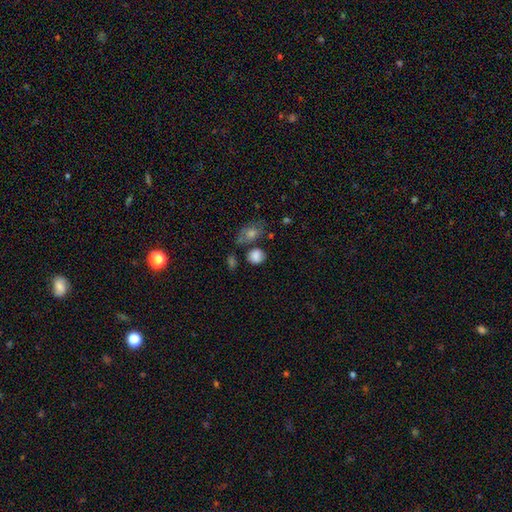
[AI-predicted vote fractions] This appears to be a smooth galaxy with no disk features (81%) that is round (65%). Merging: none (64%).